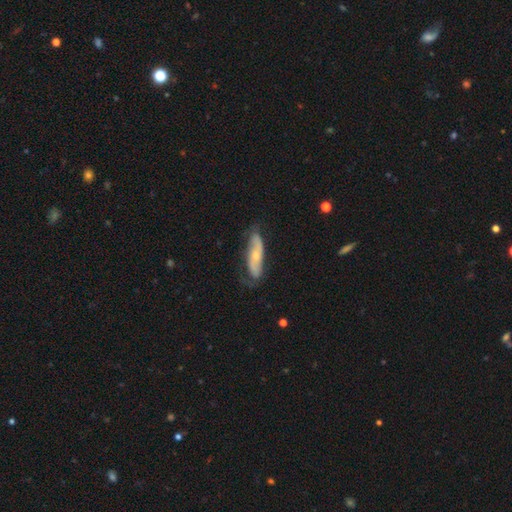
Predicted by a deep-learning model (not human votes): Smooth or featured? featured or disk (59%)
Edge-on disk? no (71%)
Merging? none (64%)